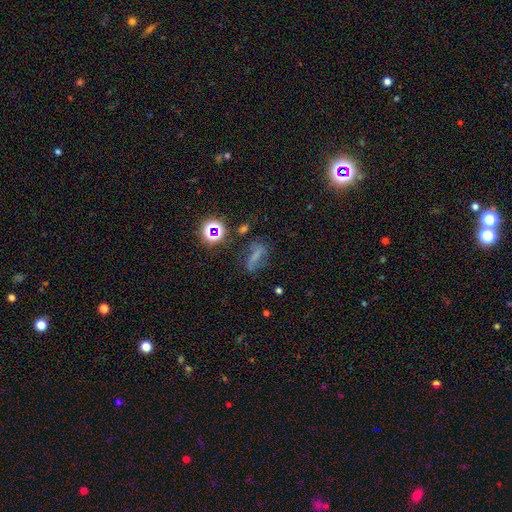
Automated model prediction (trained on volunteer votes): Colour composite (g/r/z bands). It shows a smooth galaxy with no disk features (40%). Merging: none (50%).